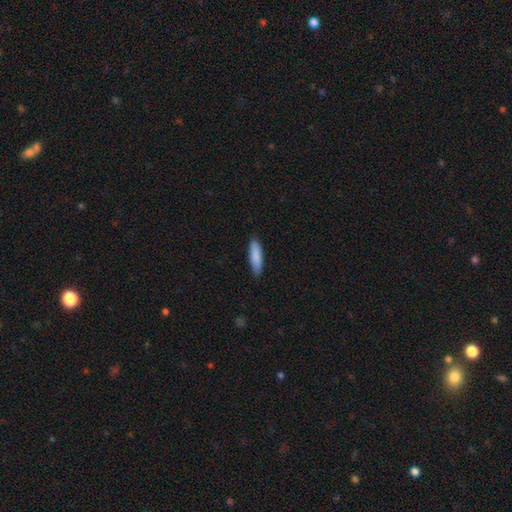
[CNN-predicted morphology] smooth 87%, featured or disk 7%, star or artifact 5%. Down the decision tree: how rounded — cigar-shaped (63%); merging — none (87%).